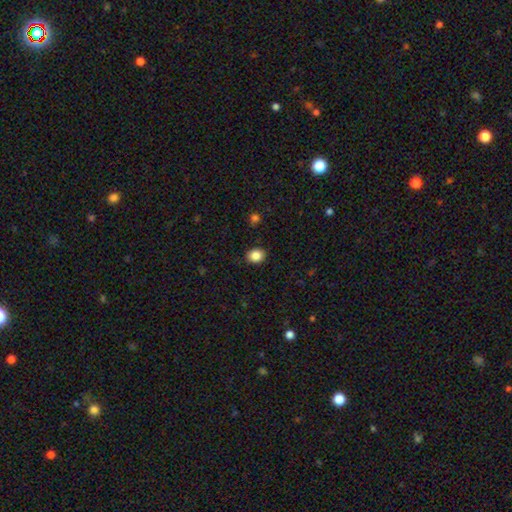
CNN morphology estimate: Smooth or featured? smooth (85%)
How rounded? round (56%)
Merging? none (89%)